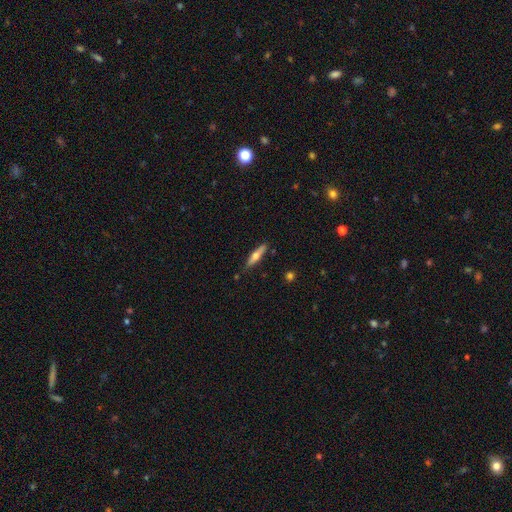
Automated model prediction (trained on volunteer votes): The model was most divided on "smooth or featured": smooth: 50%, featured or disk: 44%, star or artifact: 6%. More confident: merging — none (83%); how rounded — cigar-shaped (79%).